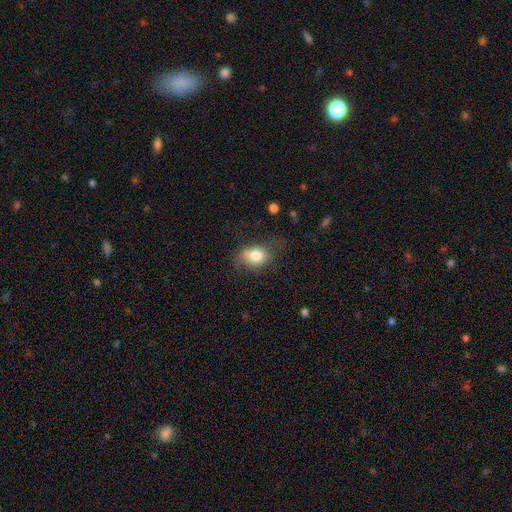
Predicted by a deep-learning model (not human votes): Q: Smooth or featured?
A: smooth (77%); runner-up: featured or disk (14%)
Q: How rounded?
A: in between (70%); runner-up: round (28%)
Q: Merging?
A: none (49%); runner-up: minor disturbance (31%)